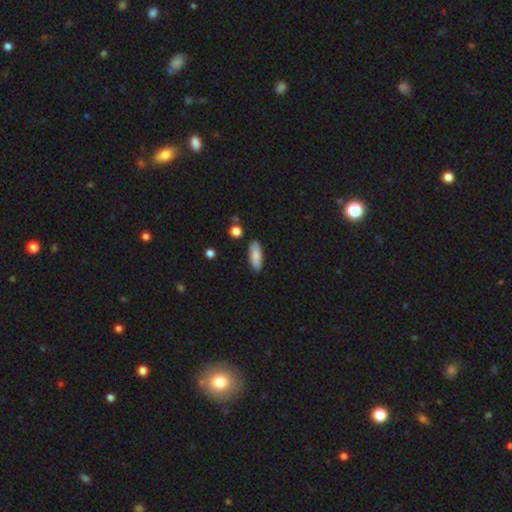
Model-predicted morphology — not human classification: This appears to be a smooth galaxy with no disk features (86%) that is in between round and cigar-shaped (66%). Merging: none (85%).